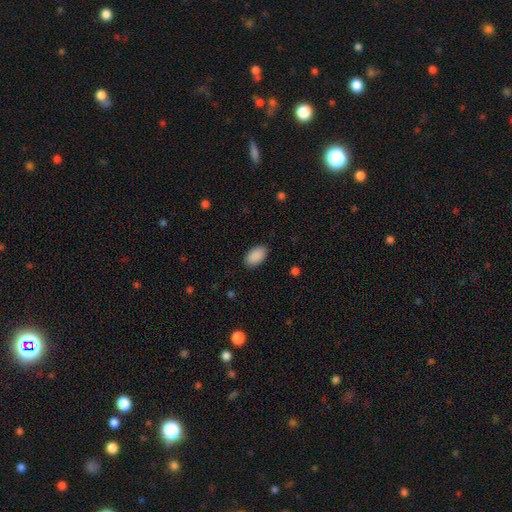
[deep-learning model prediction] Smooth or featured?
  - smooth: 91% *
  - star or artifact: 7%
  - featured or disk: 3%
How rounded?
  - in between: 95% *
  - round: 4%
  - cigar-shaped: 1%
Merging?
  - none: 88% *
  - minor disturbance: 9%
  - major disturbance: 2%
  - merger: 1%